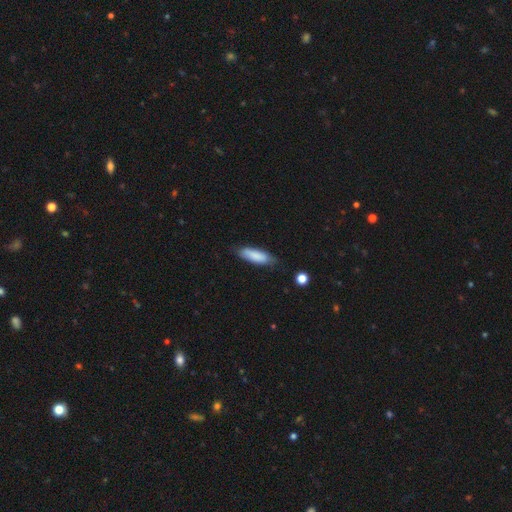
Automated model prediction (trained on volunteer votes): A smooth galaxy with no disk features (84%) that is in between round and cigar-shaped (52%).

Vote fractions:
- Smooth or featured? smooth: 84% / featured or disk: 10% / star or artifact: 6%
- How rounded? in between: 52% / cigar-shaped: 47% / round: 2%
- Merging? none: 75% / minor disturbance: 20% / major disturbance: 4% / merger: 2%